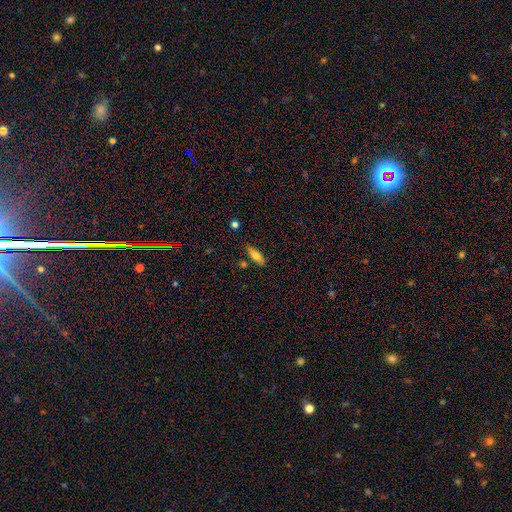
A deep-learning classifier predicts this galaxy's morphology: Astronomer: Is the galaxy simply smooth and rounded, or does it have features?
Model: smooth — 70%.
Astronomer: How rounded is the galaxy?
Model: in between — 71%.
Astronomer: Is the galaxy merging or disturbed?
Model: none — 76%.